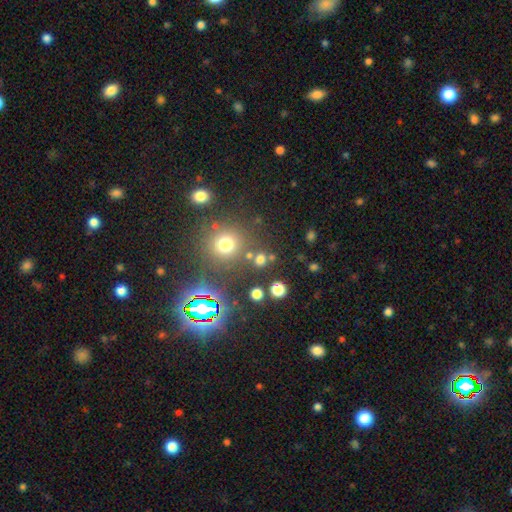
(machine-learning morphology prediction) This is possibly a star or artifact rather than a galaxy (50%).